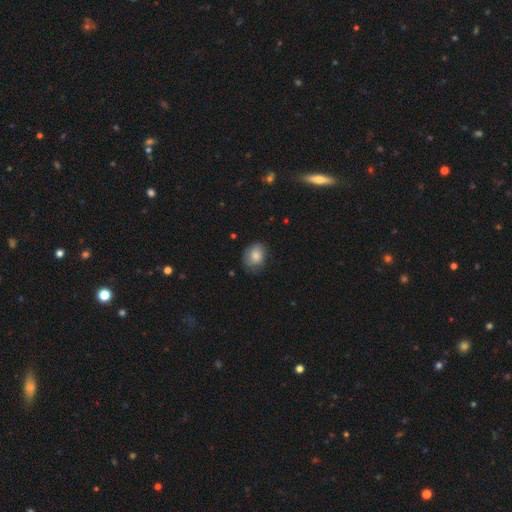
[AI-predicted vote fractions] A smooth galaxy with no disk features (81%) that is in between round and cigar-shaped (55%).

Vote fractions:
- Smooth or featured? smooth: 81% / featured or disk: 12% / star or artifact: 8%
- How rounded? in between: 55% / round: 44% / cigar-shaped: 1%
- Merging? none: 64% / minor disturbance: 27% / major disturbance: 7% / merger: 1%